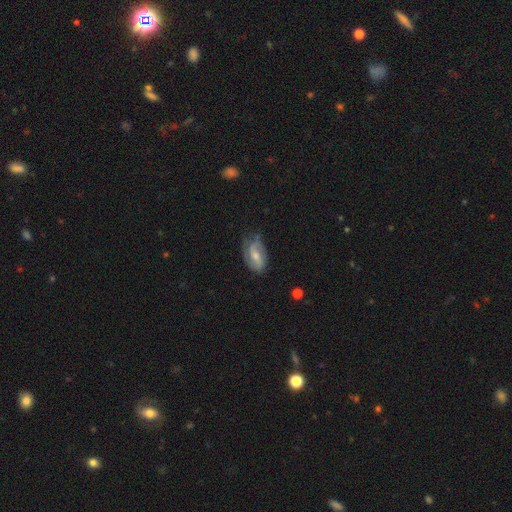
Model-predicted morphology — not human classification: Q: Smooth or featured?
A: featured or disk (64%); runner-up: smooth (29%)
Q: Edge-on disk?
A: no (95%); runner-up: yes (5%)
Q: Bar?
A: weak (48%); runner-up: no (33%)
Q: Spiral arms?
A: yes (87%); runner-up: no (13%)
Q: Spiral winding?
A: medium (41%); runner-up: loose (32%)
Q: Spiral arm count?
A: 2 (68%); runner-up: can't tell (15%)
Q: Bulge size?
A: moderate (48%); runner-up: small (44%)
Q: Merging?
A: none (58%); runner-up: minor disturbance (29%)